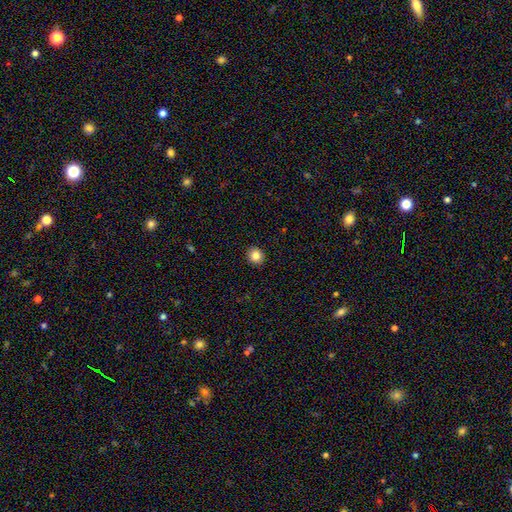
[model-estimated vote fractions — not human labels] Q: Smooth or featured?
A: smooth (85%); runner-up: star or artifact (10%)
Q: How rounded?
A: round (85%); runner-up: in between (15%)
Q: Merging?
A: none (92%); runner-up: minor disturbance (5%)